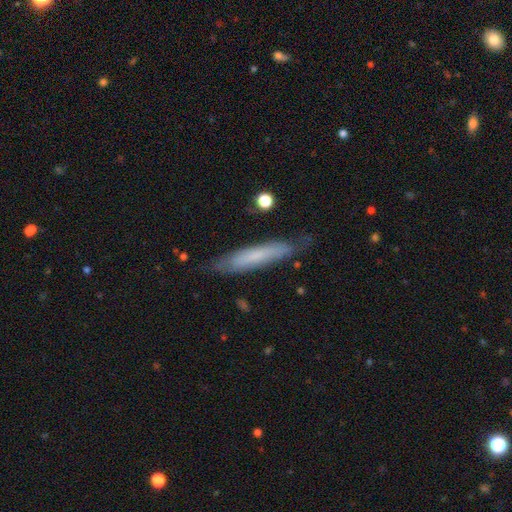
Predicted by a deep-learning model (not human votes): smooth 58%, featured or disk 35%, star or artifact 7%. Down the decision tree: how rounded — cigar-shaped (90%); merging — none (77%).